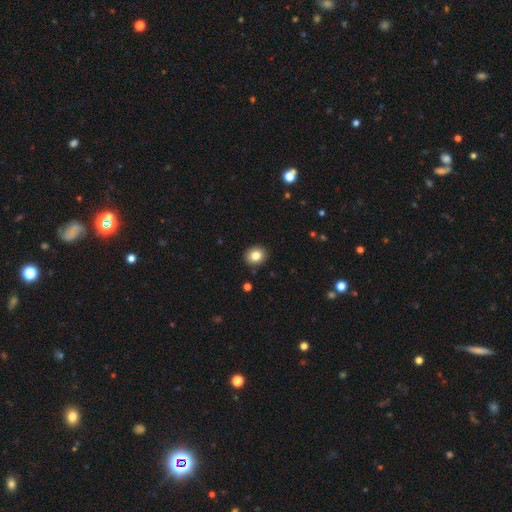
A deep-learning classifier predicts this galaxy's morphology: Smooth or featured: smooth — 82% (star or artifact — 10%)
How rounded: round — 72% (in between — 27%)
Merging: none — 91% (minor disturbance — 6%)